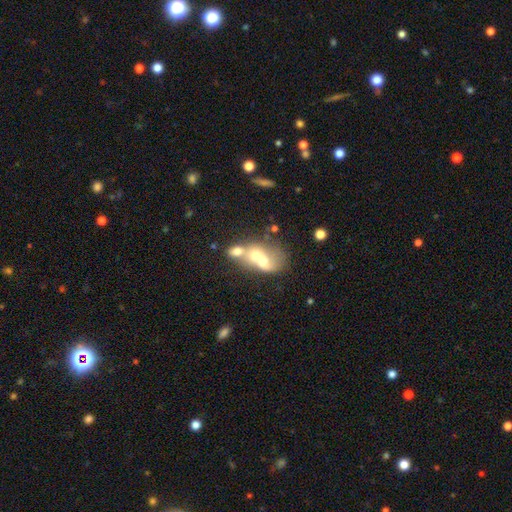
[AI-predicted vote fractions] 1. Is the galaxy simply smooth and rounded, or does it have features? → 54% smooth, 36% featured or disk, 10% star or artifact.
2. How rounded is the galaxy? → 55% in between, 43% round, 2% cigar-shaped.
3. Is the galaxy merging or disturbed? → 78% merger, 11% none, 6% major disturbance, 5% minor disturbance.